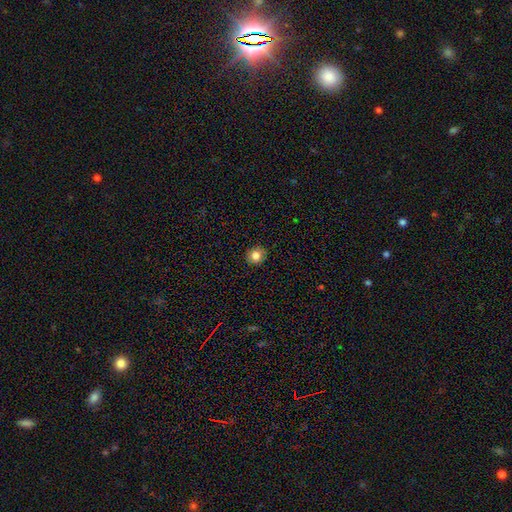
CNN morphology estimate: Smooth or featured?
  - smooth: 82% *
  - star or artifact: 11%
  - featured or disk: 7%
How rounded?
  - round: 86% *
  - in between: 13%
  - cigar-shaped: 1%
Merging?
  - none: 91% *
  - minor disturbance: 6%
  - major disturbance: 2%
  - merger: 1%